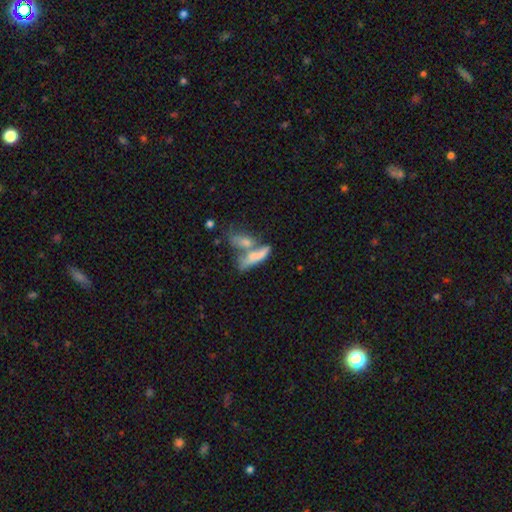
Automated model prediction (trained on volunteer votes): Morphology: type=smooth (64%); roundness=in between (49%); merging=merger (57%).